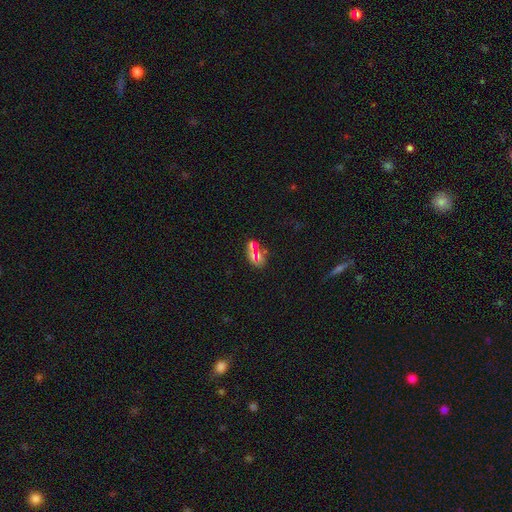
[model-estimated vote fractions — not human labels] Morphology: type=smooth (42%); merging=none (61%).